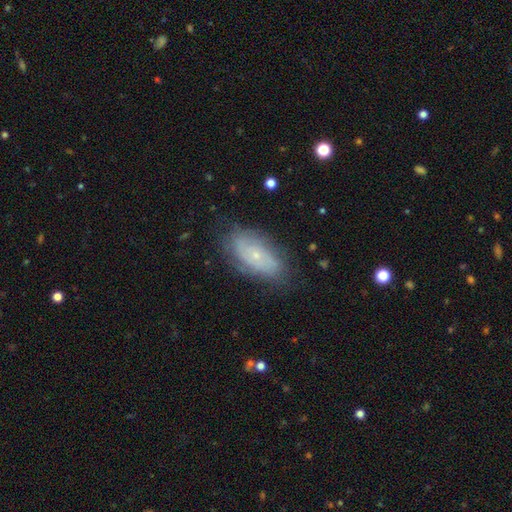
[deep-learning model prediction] The model was most divided on "smooth or featured": featured or disk: 54%, smooth: 37%, star or artifact: 8%. More confident: edge-on disk — no (91%); merging — none (74%).